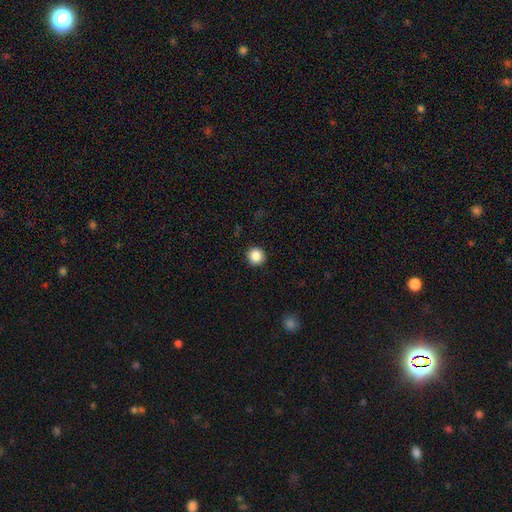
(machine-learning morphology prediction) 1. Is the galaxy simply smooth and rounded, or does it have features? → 87% smooth, 10% star or artifact, 4% featured or disk.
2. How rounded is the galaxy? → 95% round, 4% in between, 1% cigar-shaped.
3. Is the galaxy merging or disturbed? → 93% none, 5% minor disturbance, 2% major disturbance, 1% merger.